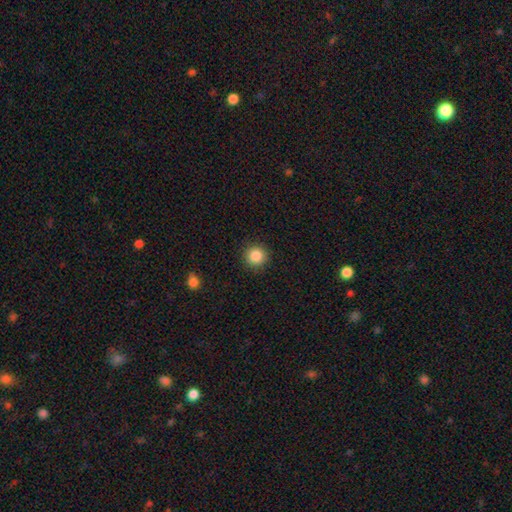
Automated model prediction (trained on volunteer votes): Smooth or featured?
  - smooth: 86% *
  - star or artifact: 10%
  - featured or disk: 4%
How rounded?
  - round: 95% *
  - in between: 4%
  - cigar-shaped: 1%
Merging?
  - none: 91% *
  - minor disturbance: 6%
  - major disturbance: 2%
  - merger: 1%